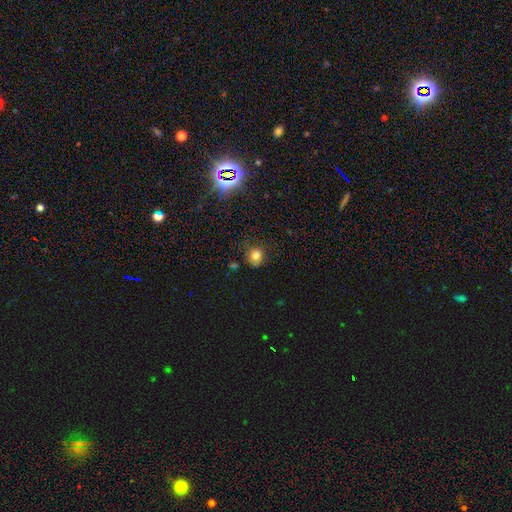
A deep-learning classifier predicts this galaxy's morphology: This appears to be a smooth galaxy with no disk features (77%) that is round (74%). Merging: none (66%).